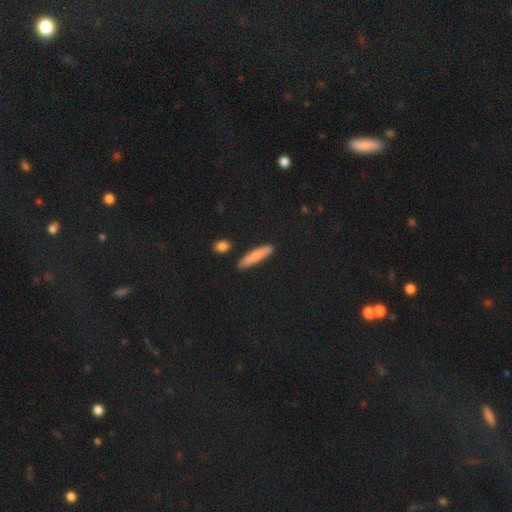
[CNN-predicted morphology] A smooth galaxy with no disk features (79%) that is cigar-shaped (85%).

Vote fractions:
- Smooth or featured? smooth: 79% / featured or disk: 14% / star or artifact: 7%
- How rounded? cigar-shaped: 85% / in between: 13% / round: 2%
- Merging? none: 85% / minor disturbance: 10% / merger: 3% / major disturbance: 2%